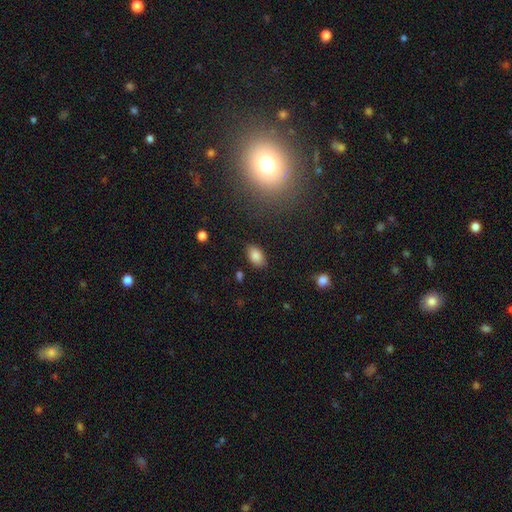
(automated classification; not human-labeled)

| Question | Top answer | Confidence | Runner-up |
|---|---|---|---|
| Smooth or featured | smooth | 86% | star or artifact (9%) |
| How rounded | in between | 90% | round (8%) |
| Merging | none | 85% | minor disturbance (10%) |